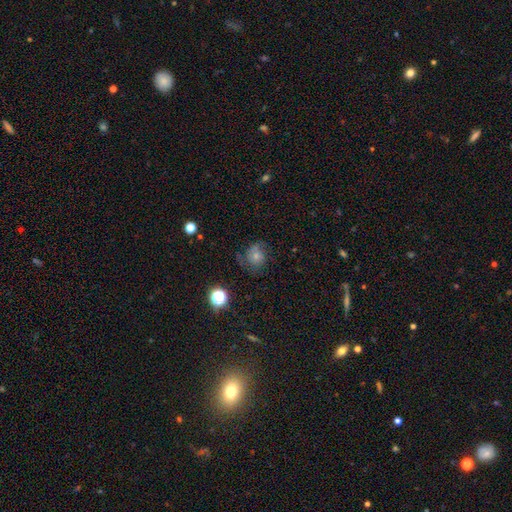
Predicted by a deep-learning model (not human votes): Smooth or featured: smooth — 60% (featured or disk — 24%)
How rounded: round — 74% (in between — 25%)
Merging: none — 55% (minor disturbance — 26%)